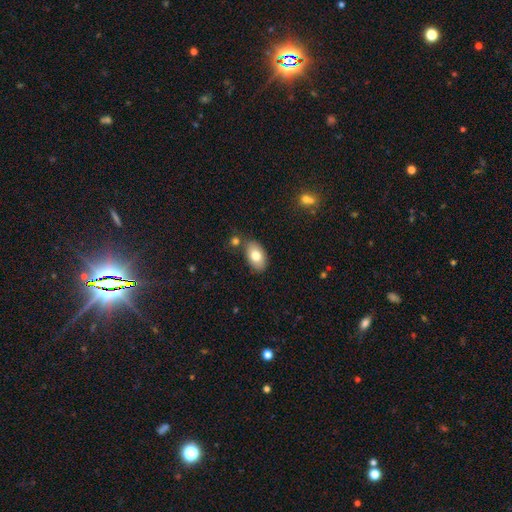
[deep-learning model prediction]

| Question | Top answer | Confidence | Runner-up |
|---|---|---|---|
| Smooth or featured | smooth | 77% | featured or disk (16%) |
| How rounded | in between | 92% | round (7%) |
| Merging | none | 76% | minor disturbance (13%) |